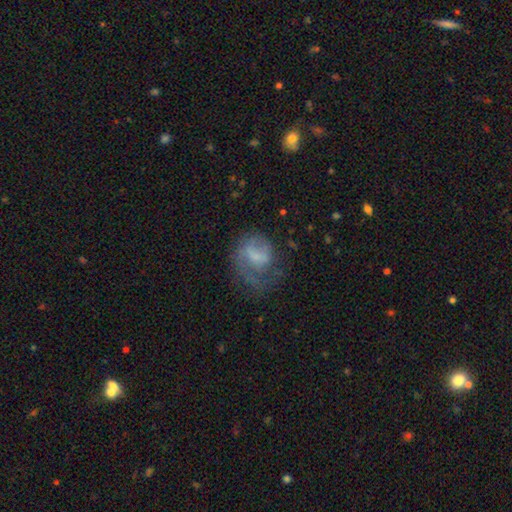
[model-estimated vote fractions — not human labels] The model was most divided on "merging": none: 38%, major disturbance: 37%, minor disturbance: 23%, merger: 2%. Remaining: smooth or featured — featured or disk (48%).